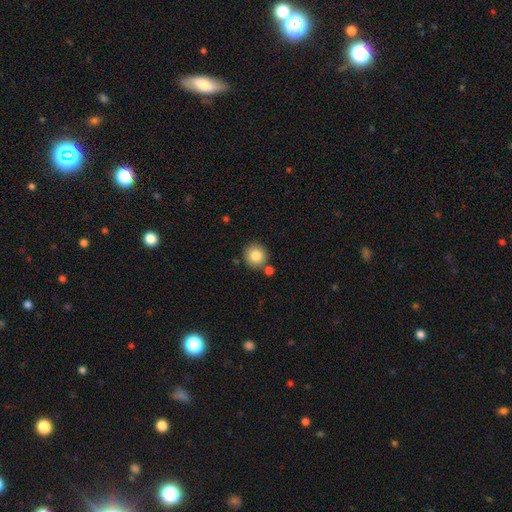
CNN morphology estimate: Smooth or featured: smooth — 82% (star or artifact — 9%)
How rounded: round — 93% (in between — 6%)
Merging: none — 79% (merger — 11%)